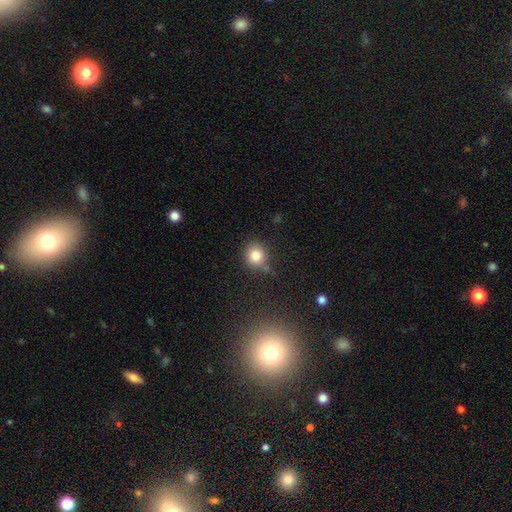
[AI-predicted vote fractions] Smooth or featured? Predicted: smooth (p=0.83). How rounded? Predicted: round (p=0.82). Merging? Predicted: none (p=0.72).